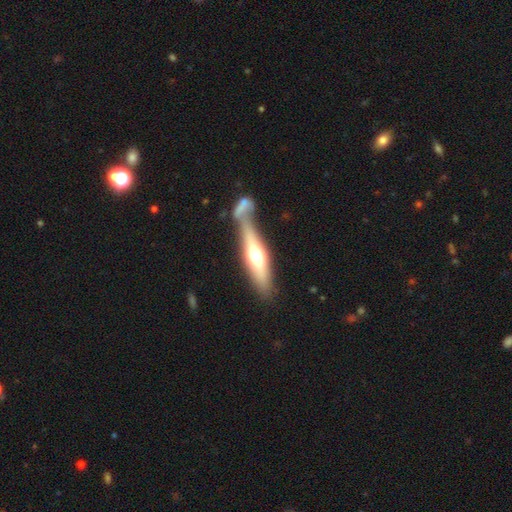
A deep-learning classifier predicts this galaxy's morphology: smooth_or_featured: featured or disk (p=0.48) [alt: smooth p=0.46]
merging: none (p=0.46) [alt: merger p=0.33]